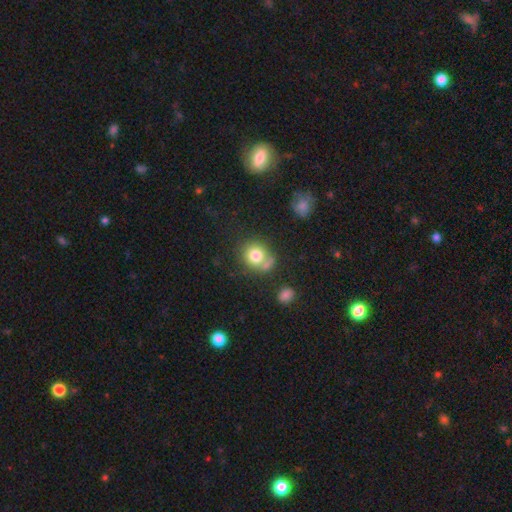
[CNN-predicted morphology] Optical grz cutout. It shows a smooth galaxy with no disk features (78%) that is round (80%). Merging: none (53%).